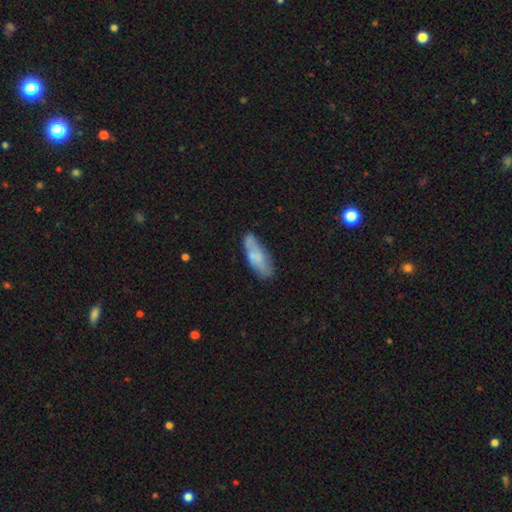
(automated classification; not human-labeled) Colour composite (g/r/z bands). It shows a smooth galaxy with no disk features (67%) that is in between round and cigar-shaped (62%). Merging: none (65%).